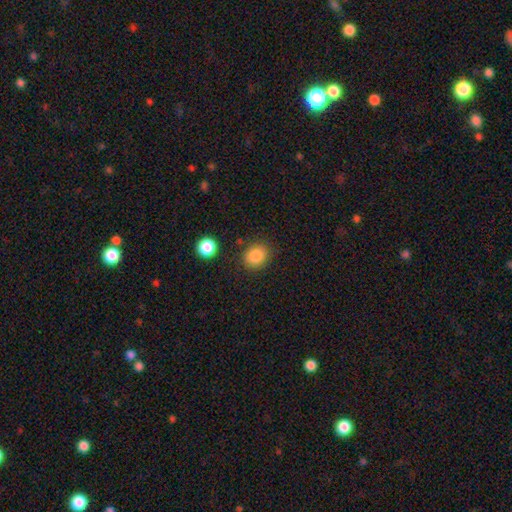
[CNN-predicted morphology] smooth_or_featured: smooth (p=0.86) [alt: star or artifact p=0.10]
how_rounded: round (p=0.62) [alt: in between p=0.37]
merging: none (p=0.83) [alt: minor disturbance p=0.11]